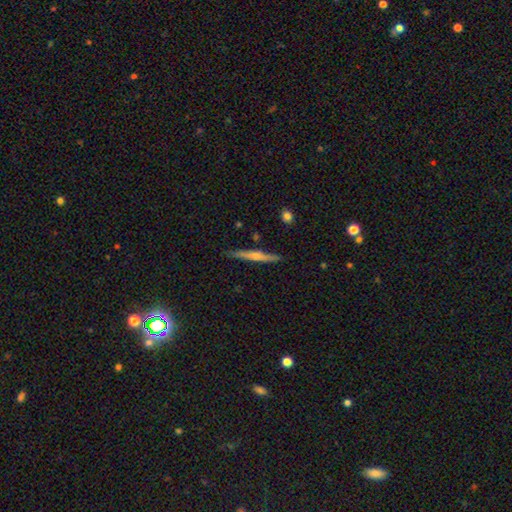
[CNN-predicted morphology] smooth_or_featured: featured or disk (p=0.70) [alt: smooth p=0.22]
disk_edge_on: yes (p=0.98) [alt: no p=0.02]
edge_on_bulge: rounded (p=0.79) [alt: none p=0.15]
merging: none (p=0.90) [alt: minor disturbance p=0.07]